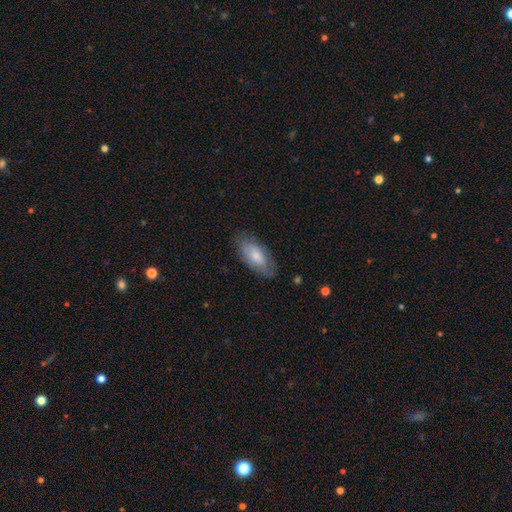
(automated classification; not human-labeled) The model was most divided on "smooth or featured": smooth: 68%, featured or disk: 26%, star or artifact: 6%. More confident: how rounded — in between (87%); merging — none (74%).